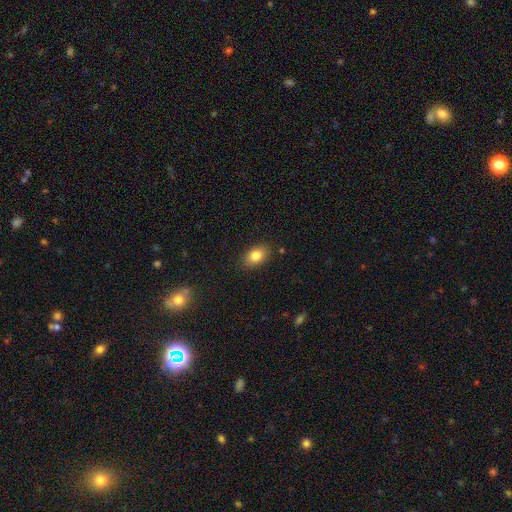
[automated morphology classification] smooth-or-featured: smooth: 83% | star or artifact: 8% | featured or disk: 8%
  how-rounded: in between: 86% | round: 12% | cigar-shaped: 2%
  merging: none: 86% | minor disturbance: 10% | major disturbance: 2% | merger: 1%